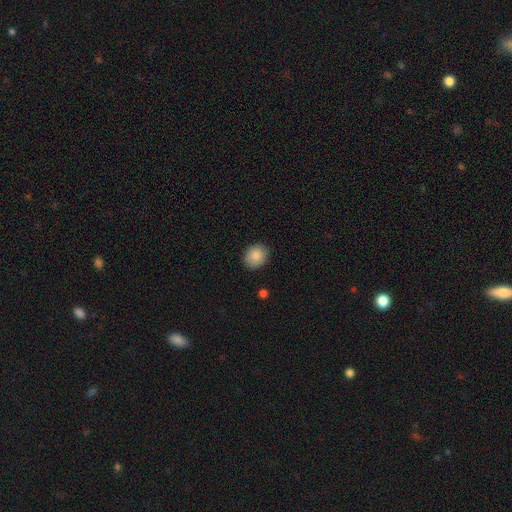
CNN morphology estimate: type=smooth (85%); roundness=round (60%); merging=none (88%).